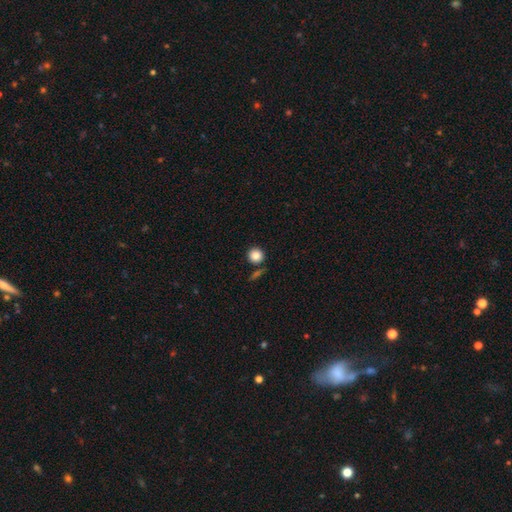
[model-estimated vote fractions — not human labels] The model was most divided on "merging": none: 81%, minor disturbance: 8%, merger: 8%, major disturbance: 3%. More confident: how rounded — round (92%); smooth or featured — smooth (84%).